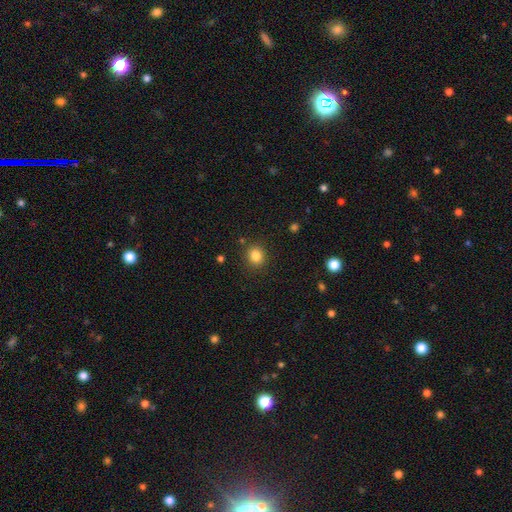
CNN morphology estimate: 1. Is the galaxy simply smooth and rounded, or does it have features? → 83% smooth, 12% star or artifact, 5% featured or disk.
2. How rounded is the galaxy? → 84% round, 15% in between, 1% cigar-shaped.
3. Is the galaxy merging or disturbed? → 88% none, 7% minor disturbance, 2% major disturbance, 2% merger.